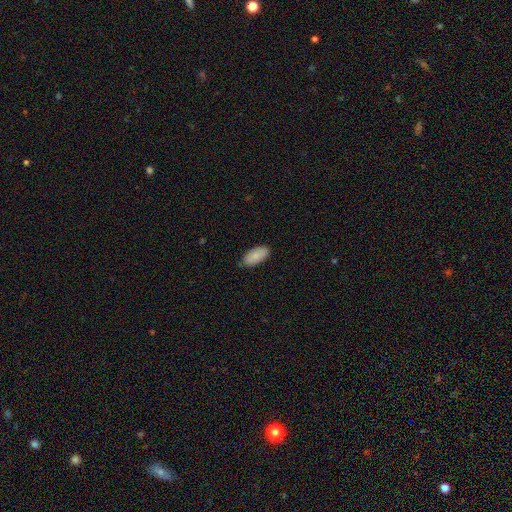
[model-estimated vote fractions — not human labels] Smooth or featured? Predicted: smooth (p=0.85). How rounded? Predicted: in between (p=0.93). Merging? Predicted: none (p=0.84).